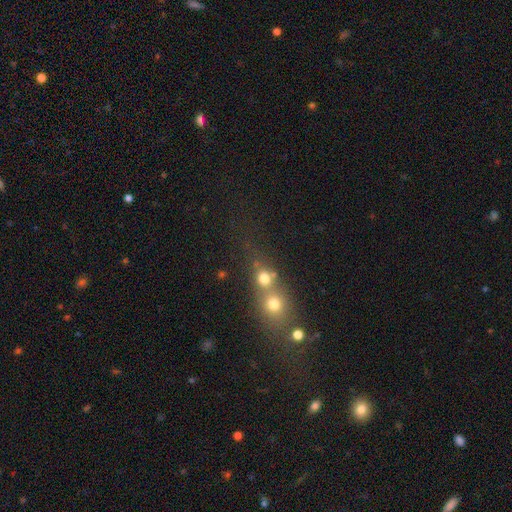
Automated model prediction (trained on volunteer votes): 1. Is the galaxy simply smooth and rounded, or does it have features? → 46% smooth, 28% star or artifact, 26% featured or disk.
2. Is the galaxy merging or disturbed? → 60% merger, 29% none, 6% minor disturbance, 5% major disturbance.